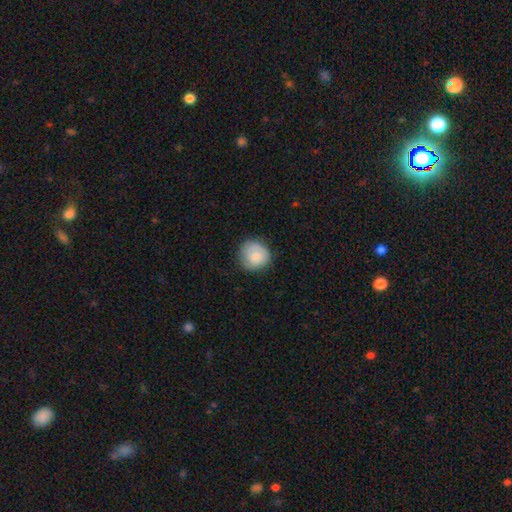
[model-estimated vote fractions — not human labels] This appears to be a smooth galaxy with no disk features (77%) that is round (89%). Merging: none (77%).